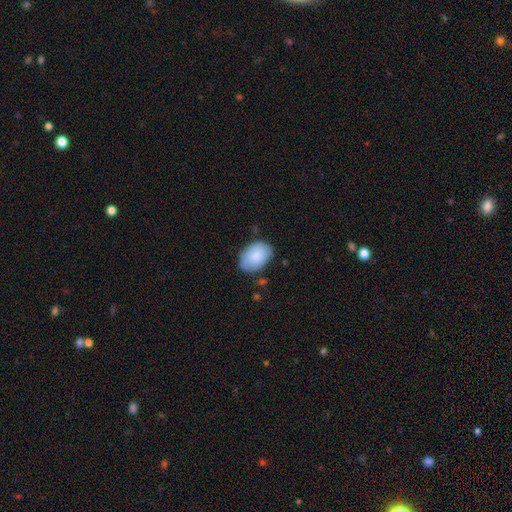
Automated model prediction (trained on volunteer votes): smooth 86%, featured or disk 9%, star or artifact 6%. Down the decision tree: how rounded — in between (86%); merging — none (73%).